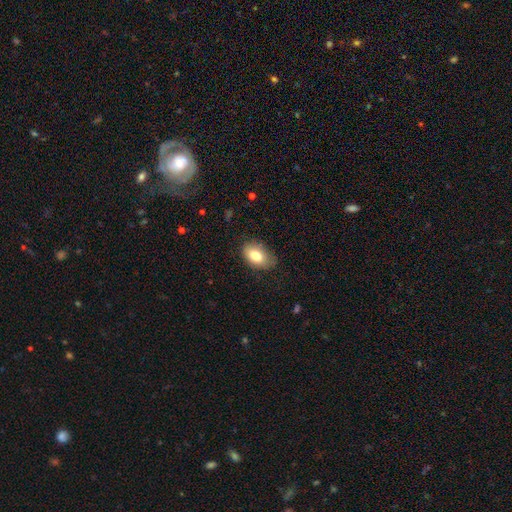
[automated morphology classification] smooth 80%, featured or disk 12%, star or artifact 8%. Down the decision tree: how rounded — in between (90%); merging — none (75%).